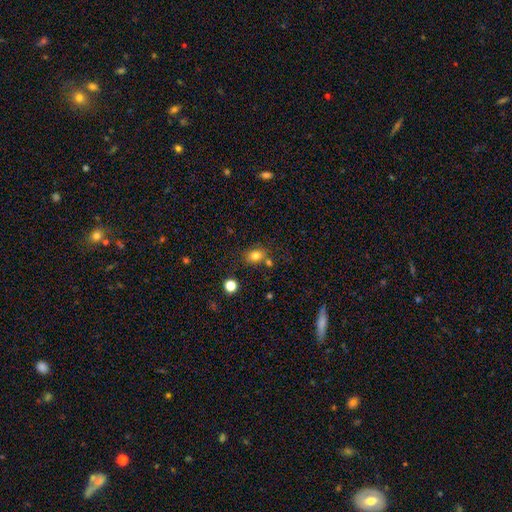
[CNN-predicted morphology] type=smooth (79%); roundness=in between (57%); merging=none (69%).